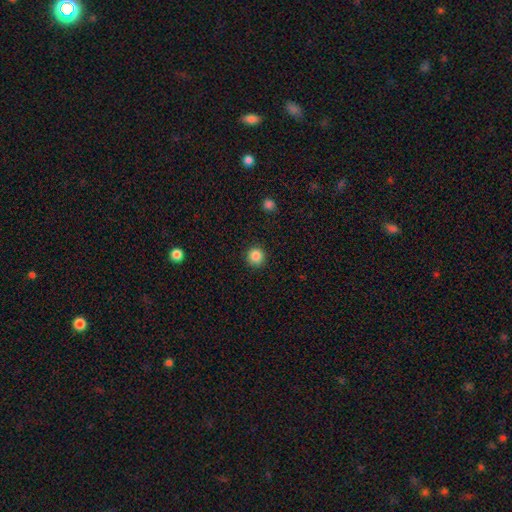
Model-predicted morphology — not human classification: Smooth or featured: smooth — 85% (star or artifact — 11%)
How rounded: round — 95% (in between — 4%)
Merging: none — 91% (minor disturbance — 6%)